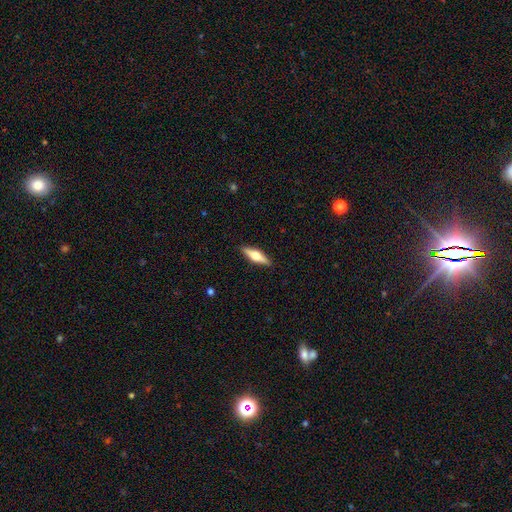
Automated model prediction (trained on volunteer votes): Smooth or featured: featured or disk — 58% (smooth — 36%)
Edge-on disk: yes — 96% (no — 4%)
Edge-on bulge: rounded — 94% (boxy — 4%)
Merging: none — 91% (minor disturbance — 7%)